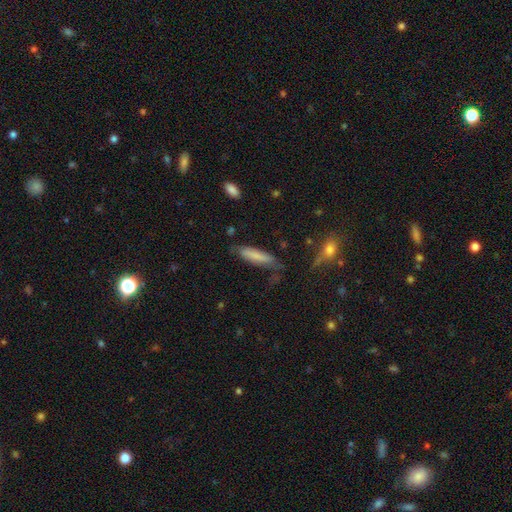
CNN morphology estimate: Smooth or featured? smooth (73%)
How rounded? cigar-shaped (79%)
Merging? none (61%)